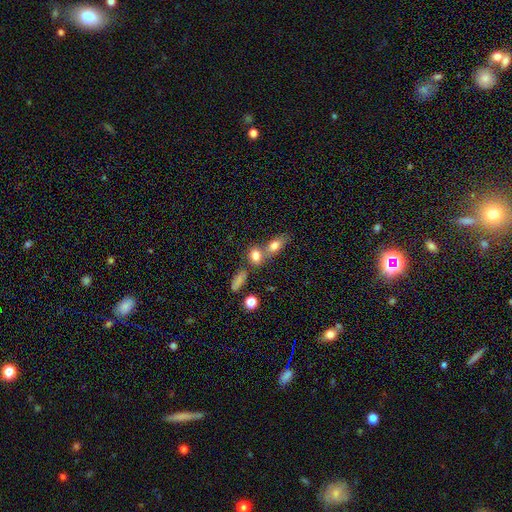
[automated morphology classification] smooth 78%, featured or disk 11%, star or artifact 11%. Down the decision tree: how rounded — in between (61%); merging — merger (48%).